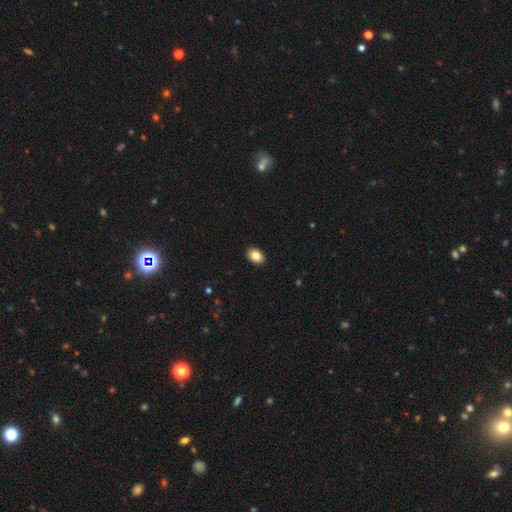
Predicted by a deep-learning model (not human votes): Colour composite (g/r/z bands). It shows a smooth galaxy with no disk features (85%) that is in between round and cigar-shaped (80%). Merging: none (91%).